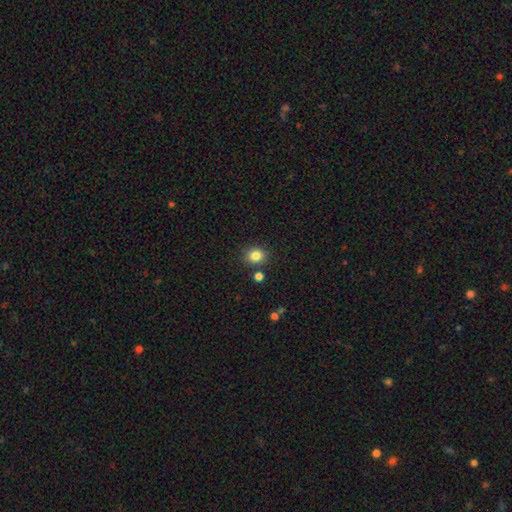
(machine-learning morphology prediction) type=smooth (84%); roundness=round (77%); merging=none (84%).